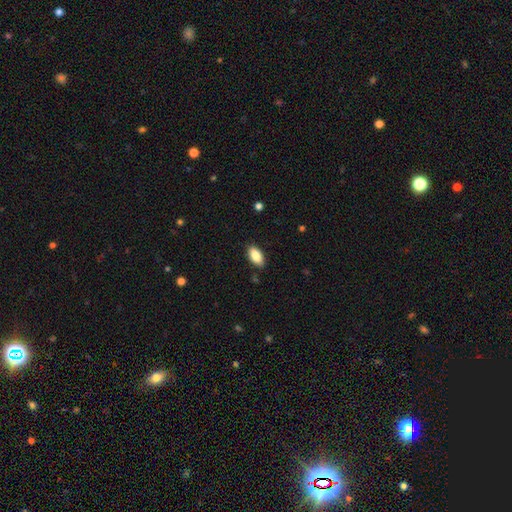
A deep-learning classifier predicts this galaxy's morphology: smooth_or_featured: smooth (p=0.87) [alt: star or artifact p=0.07]
how_rounded: in between (p=0.92) [alt: cigar-shaped p=0.05]
merging: none (p=0.86) [alt: minor disturbance p=0.10]